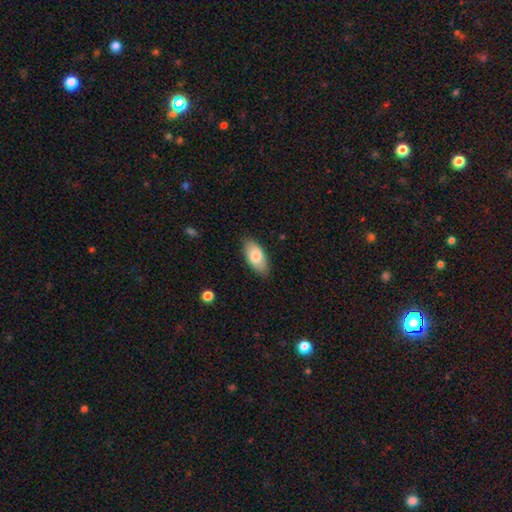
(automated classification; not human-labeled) This appears to be a smooth galaxy with no disk features (79%) that is in between round and cigar-shaped (91%). Merging: none (85%).